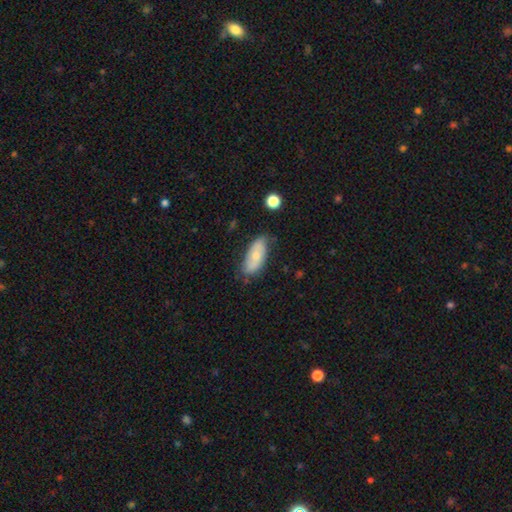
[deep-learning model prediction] A smooth galaxy with no disk features (59%) that is in between round and cigar-shaped (88%). Merging: none (69%).